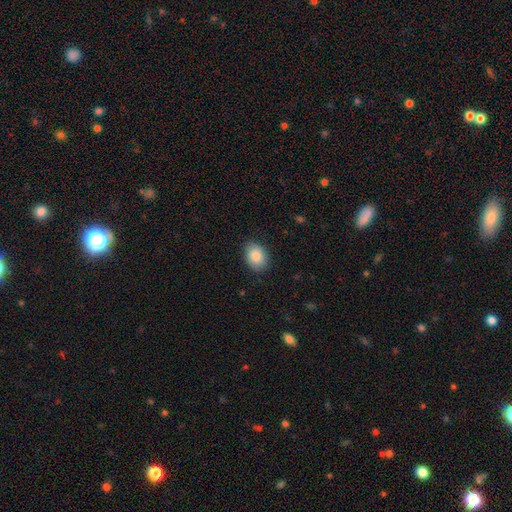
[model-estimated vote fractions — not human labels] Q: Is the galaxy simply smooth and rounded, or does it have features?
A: smooth — 86%.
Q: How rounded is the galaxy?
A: in between — 73%.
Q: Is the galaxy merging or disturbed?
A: none — 84%.